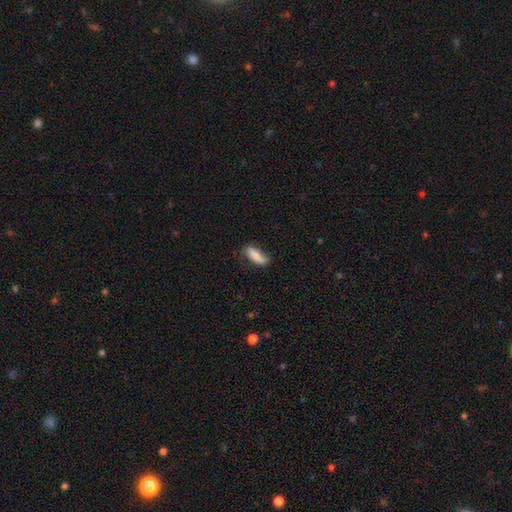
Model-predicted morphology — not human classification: Smooth or featured? smooth (82%)
How rounded? in between (61%)
Merging? none (63%)